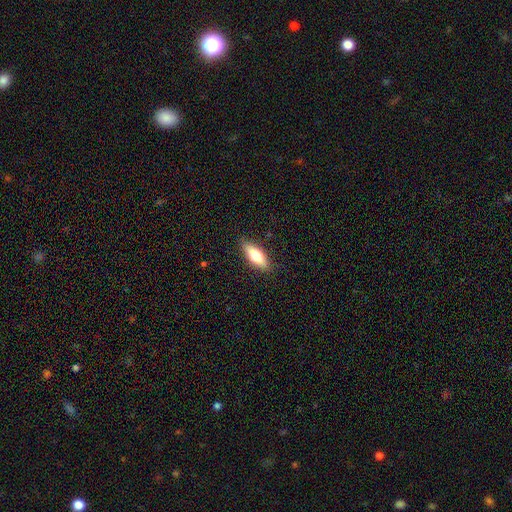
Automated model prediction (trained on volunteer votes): Smooth or featured? Predicted: smooth (p=0.67). How rounded? Predicted: in between (p=0.62). Merging? Predicted: none (p=0.87).